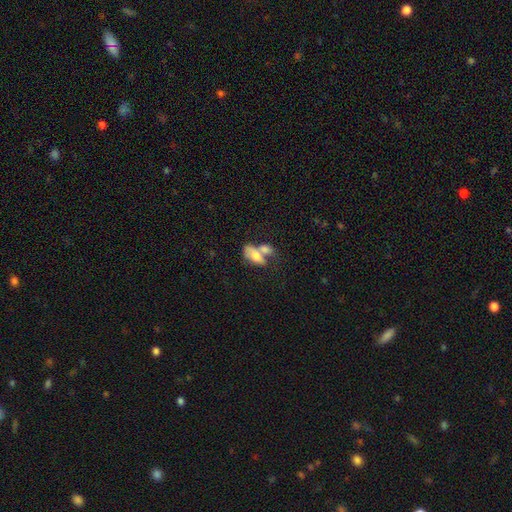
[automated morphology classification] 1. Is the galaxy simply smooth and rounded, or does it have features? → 67% smooth, 26% featured or disk, 7% star or artifact.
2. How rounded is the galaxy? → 87% in between, 6% round, 6% cigar-shaped.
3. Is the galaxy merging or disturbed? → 61% merger, 20% none, 10% minor disturbance, 8% major disturbance.